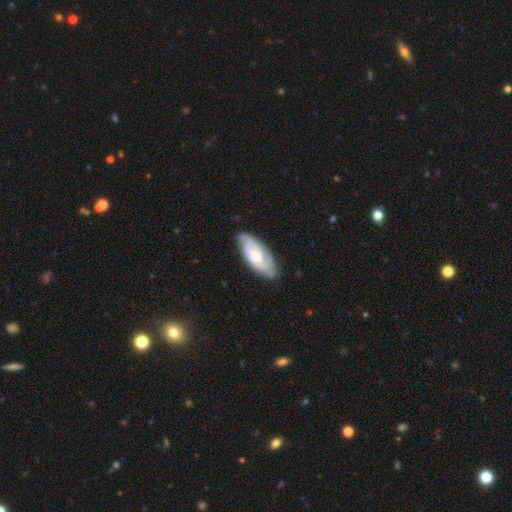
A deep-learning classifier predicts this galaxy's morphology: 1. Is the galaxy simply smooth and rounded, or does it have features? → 57% featured or disk, 37% smooth, 5% star or artifact.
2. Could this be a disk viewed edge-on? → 87% no, 13% yes.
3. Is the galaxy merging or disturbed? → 76% none, 19% minor disturbance, 4% major disturbance, 1% merger.